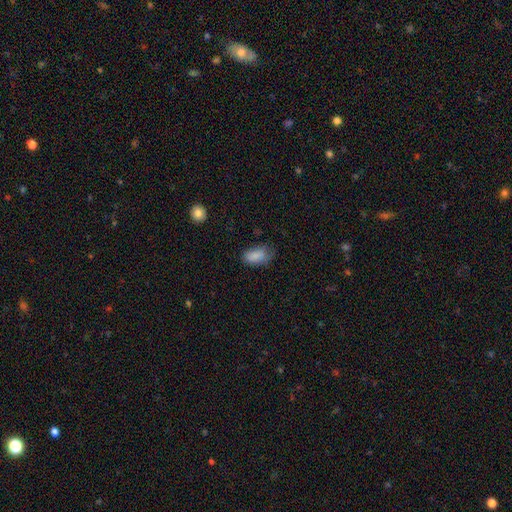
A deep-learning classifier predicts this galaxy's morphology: Q: Smooth or featured?
A: smooth (86%); runner-up: star or artifact (8%)
Q: How rounded?
A: in between (92%); runner-up: round (4%)
Q: Merging?
A: none (59%); runner-up: minor disturbance (31%)